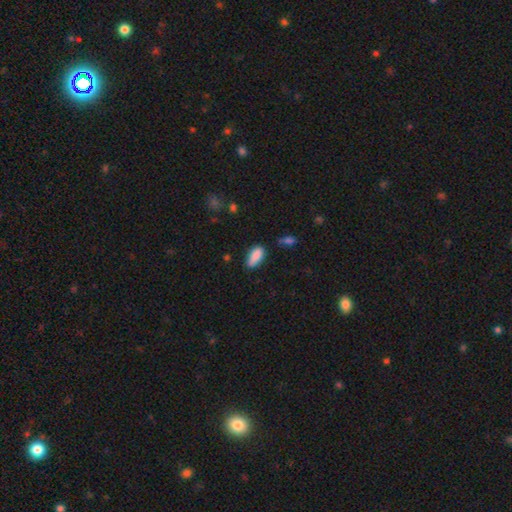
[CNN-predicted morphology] smooth-or-featured: smooth: 87% | star or artifact: 7% | featured or disk: 6%
  how-rounded: in between: 87% | cigar-shaped: 10% | round: 3%
  merging: none: 66% | minor disturbance: 25% | major disturbance: 5% | merger: 4%